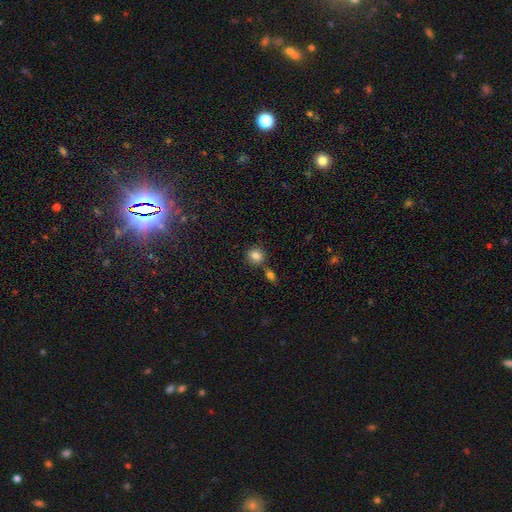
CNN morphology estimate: Q: Smooth or featured?
A: smooth (84%); runner-up: star or artifact (10%)
Q: How rounded?
A: round (77%); runner-up: in between (22%)
Q: Merging?
A: none (70%); runner-up: merger (16%)